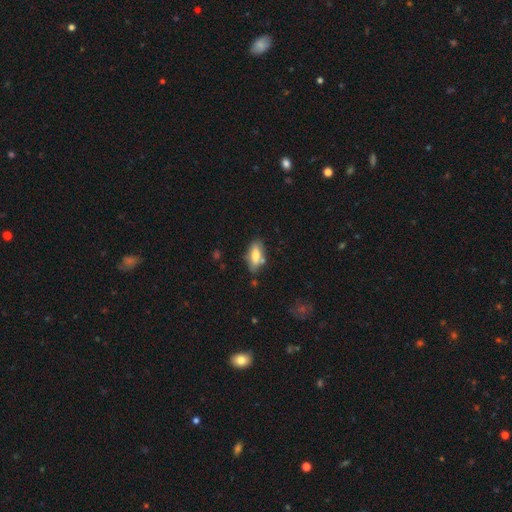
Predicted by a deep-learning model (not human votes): This is likely a smooth galaxy (72%). How rounded: clearly in between (81%). Merging: likely none (66%).